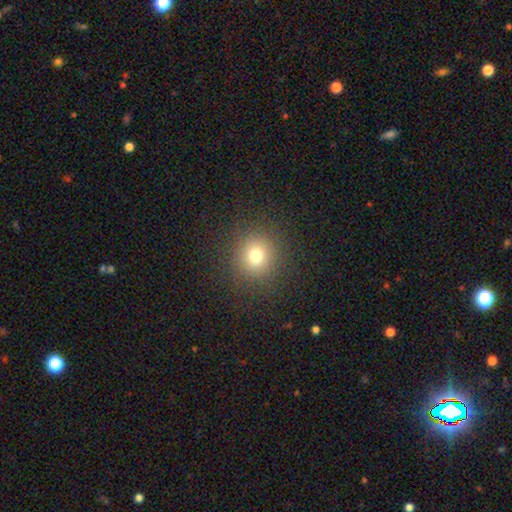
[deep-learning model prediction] smooth 74%, star or artifact 17%, featured or disk 9%. Down the decision tree: how rounded — round (90%); merging — none (88%).